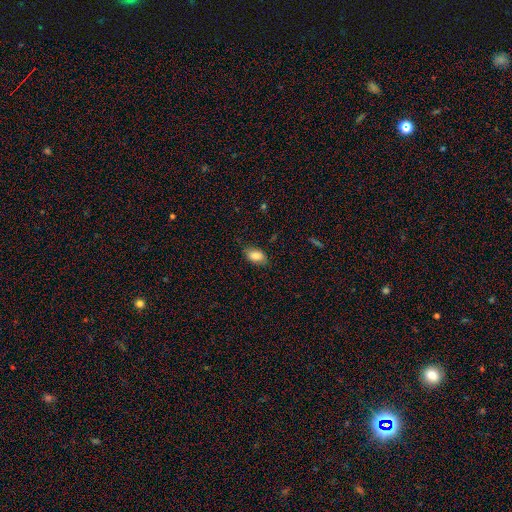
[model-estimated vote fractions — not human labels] The model was most divided on "merging": none: 76%, minor disturbance: 19%, major disturbance: 4%, merger: 1%. More confident: how rounded — in between (90%); smooth or featured — smooth (84%).